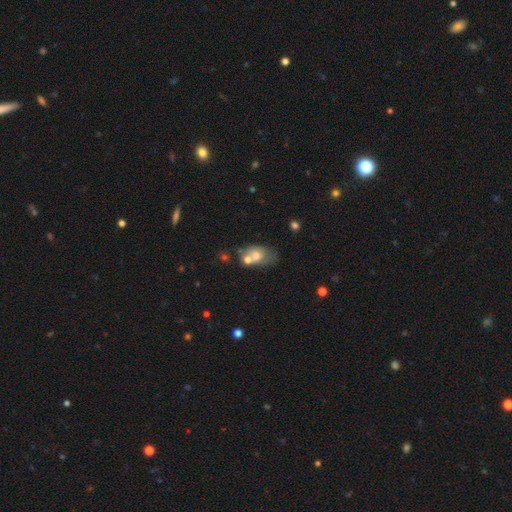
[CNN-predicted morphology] Overall: smooth (60%; featured or disk 29%). How rounded: in between (82%). Merging: merger (34%; none 31%).